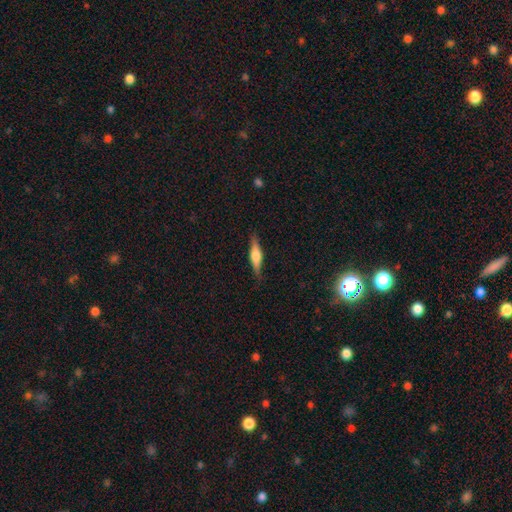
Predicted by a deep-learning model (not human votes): Overall: featured or disk (48%; smooth 47%). Merging: none (86%).